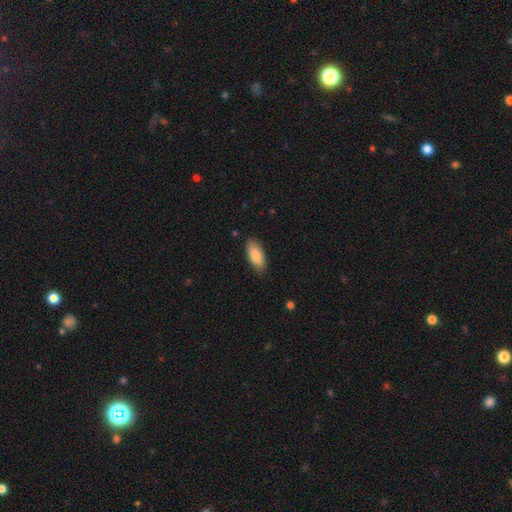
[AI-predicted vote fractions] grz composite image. It shows a smooth galaxy with no disk features (85%) that is in between round and cigar-shaped (89%). Merging: none (85%).